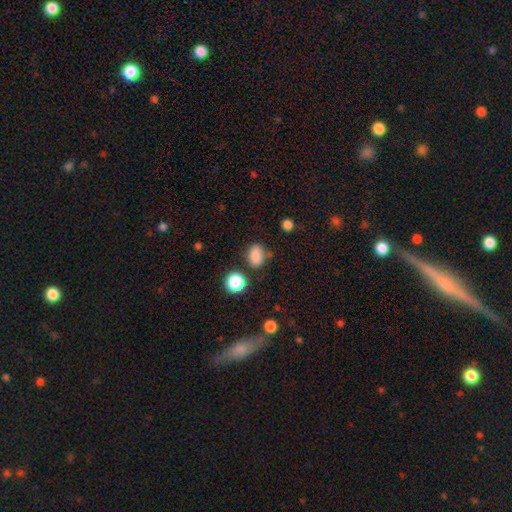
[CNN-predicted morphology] type=smooth (84%); roundness=in between (71%); merging=none (70%).